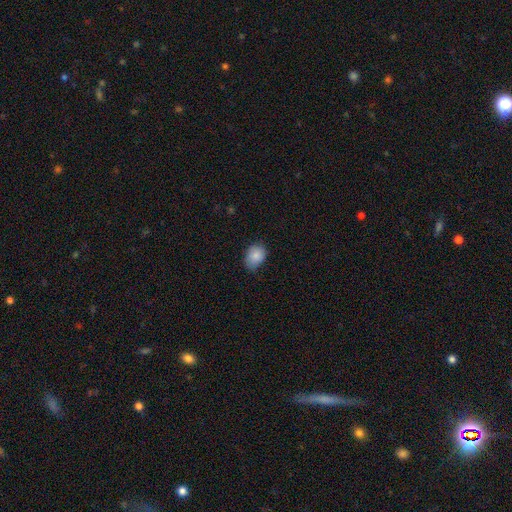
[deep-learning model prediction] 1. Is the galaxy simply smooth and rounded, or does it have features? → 86% smooth, 8% star or artifact, 6% featured or disk.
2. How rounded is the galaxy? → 69% in between, 30% round, 1% cigar-shaped.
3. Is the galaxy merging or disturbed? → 71% none, 24% minor disturbance, 4% major disturbance, 1% merger.